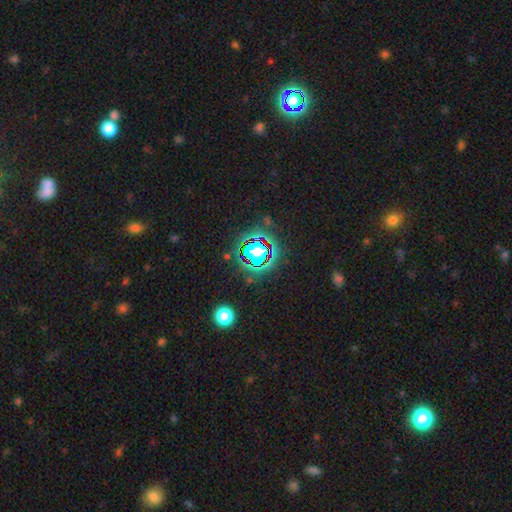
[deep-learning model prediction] Overall: star or artifact (67%).